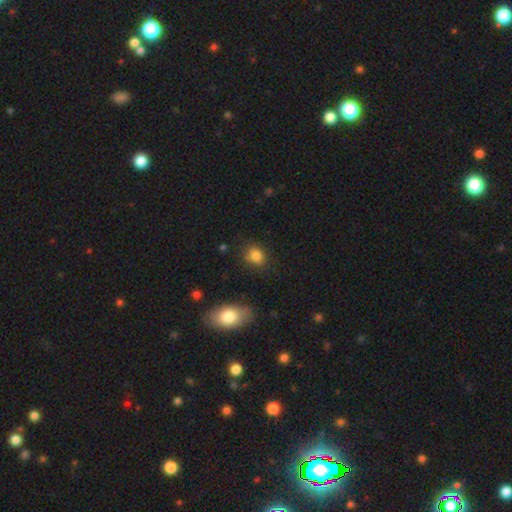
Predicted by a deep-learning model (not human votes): Overall: smooth (82%). How rounded: in between (59%; round 40%). Merging: none (72%).